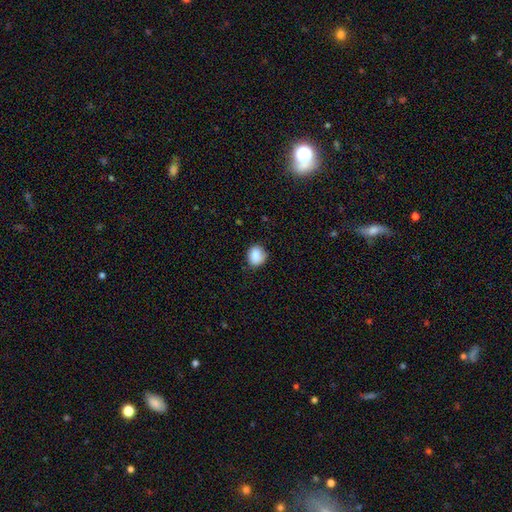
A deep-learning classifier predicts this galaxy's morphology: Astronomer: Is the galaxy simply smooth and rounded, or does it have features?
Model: smooth — 86%.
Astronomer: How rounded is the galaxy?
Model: round — 66%.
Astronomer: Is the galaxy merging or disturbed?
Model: none — 73%.